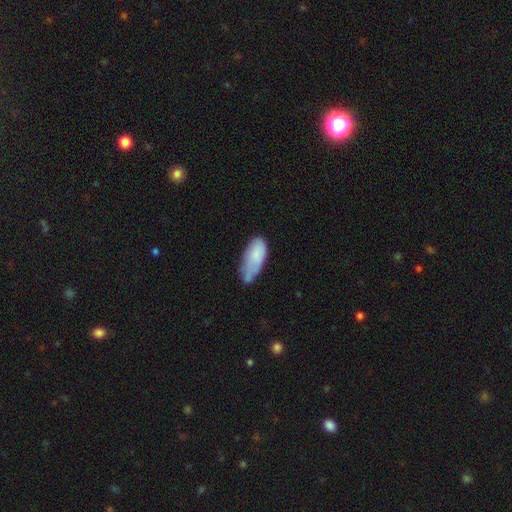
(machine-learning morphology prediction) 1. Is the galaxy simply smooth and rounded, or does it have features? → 77% smooth, 16% featured or disk, 7% star or artifact.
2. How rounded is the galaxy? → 81% in between, 17% cigar-shaped, 2% round.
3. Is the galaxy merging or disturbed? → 44% minor disturbance, 35% none, 14% major disturbance, 6% merger.